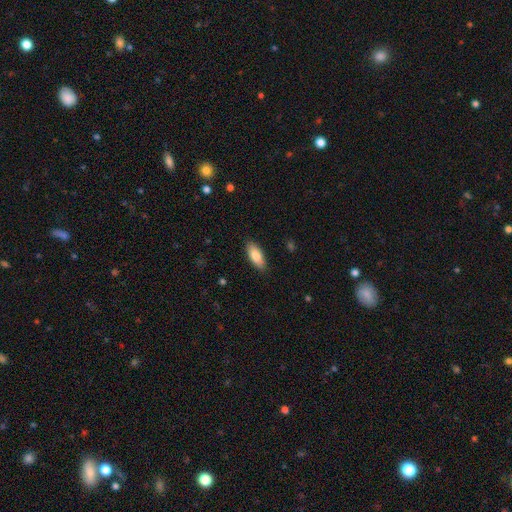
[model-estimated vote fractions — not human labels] Overall: smooth (81%). How rounded: in between (78%). Merging: none (87%).